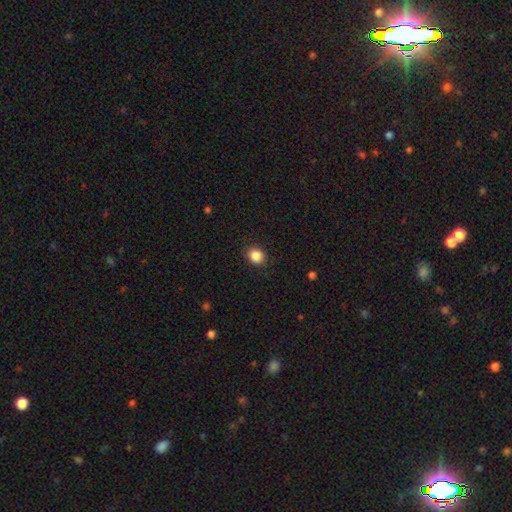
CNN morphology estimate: The model was most divided on "how rounded": round: 73%, in between: 26%, cigar-shaped: 1%. More confident: merging — none (88%); smooth or featured — smooth (87%).